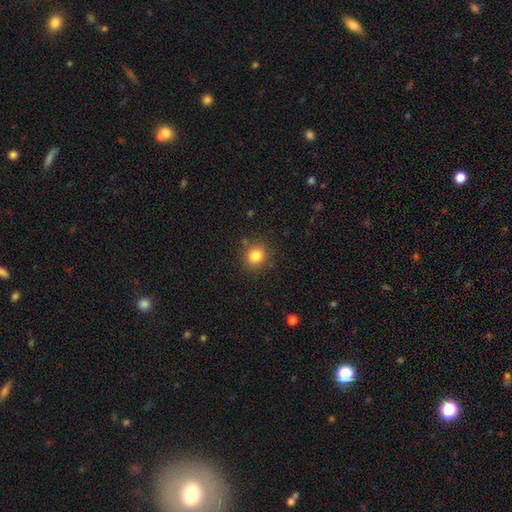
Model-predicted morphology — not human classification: Smooth or featured: smooth — 82% (star or artifact — 12%)
How rounded: round — 86% (in between — 13%)
Merging: none — 86% (minor disturbance — 9%)